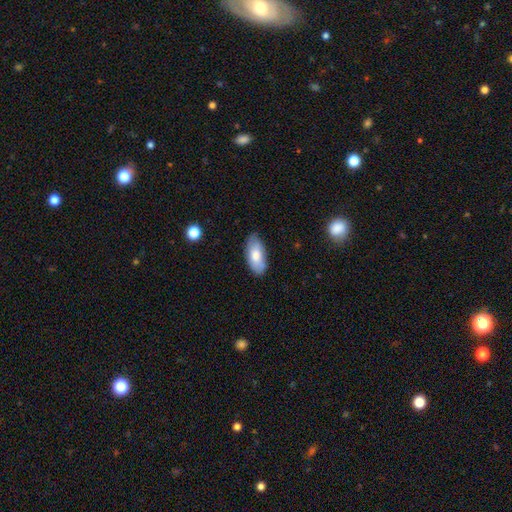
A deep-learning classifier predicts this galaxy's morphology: smooth 77%, featured or disk 17%, star or artifact 6%. Down the decision tree: how rounded — in between (92%); merging — none (79%).